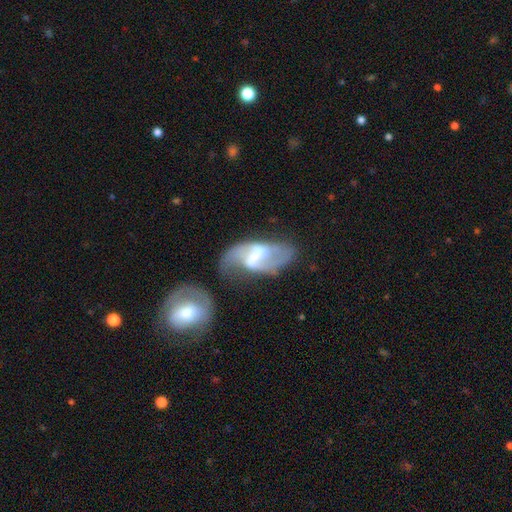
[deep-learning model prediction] This is clearly a featured or disk galaxy (82%). It is clearly not viewed edge-on (96%). Bar: possibly weak (45%). Spiral arm pattern: clearly yes (91%). Spiral arm count: clearly 2 (88%). Spiral winding: possibly loose (47%). Central bulge: marginally small (38%). Merging: possibly none (56%).